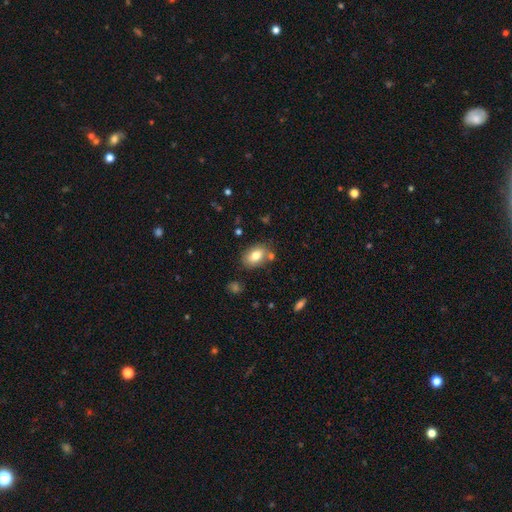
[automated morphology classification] Overall: smooth (80%). How rounded: in between (86%). Merging: none (74%).